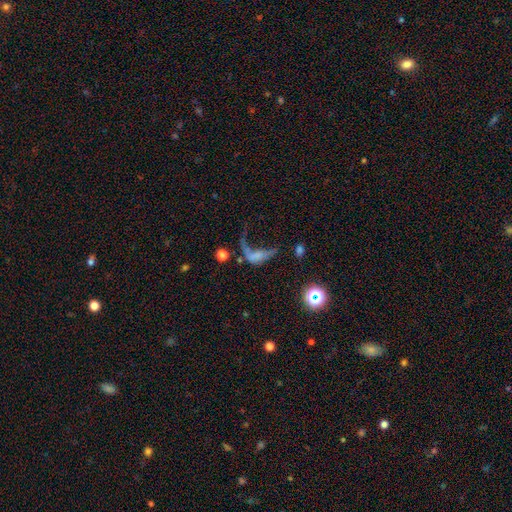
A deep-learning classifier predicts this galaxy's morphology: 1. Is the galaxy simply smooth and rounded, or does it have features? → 43% featured or disk, 40% smooth, 17% star or artifact.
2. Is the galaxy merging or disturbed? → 56% major disturbance, 17% none, 16% merger, 11% minor disturbance.